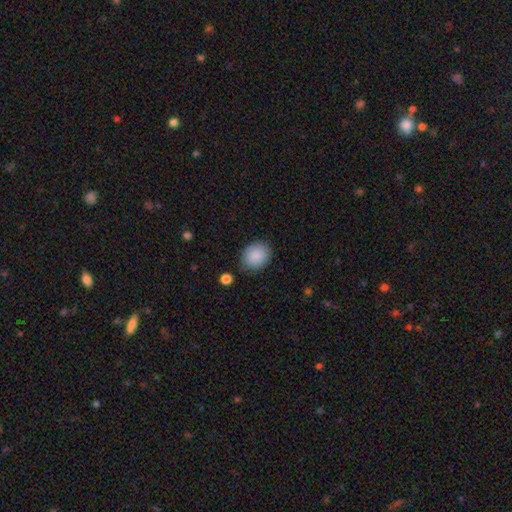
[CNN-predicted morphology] This is clearly a smooth galaxy (89%). How rounded: possibly round (56%). Merging: clearly none (82%).